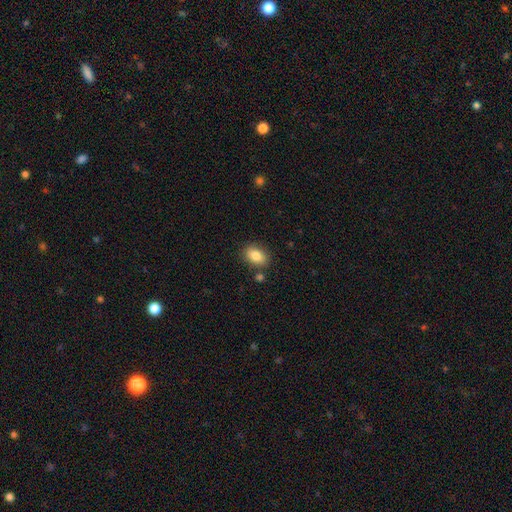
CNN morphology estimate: type=smooth (84%); roundness=in between (82%); merging=none (83%).